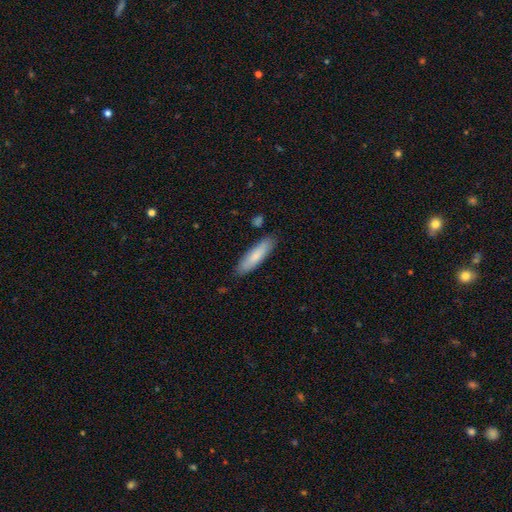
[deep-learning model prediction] A smooth galaxy with no disk features (81%) that is cigar-shaped (69%). Merging: none (84%).